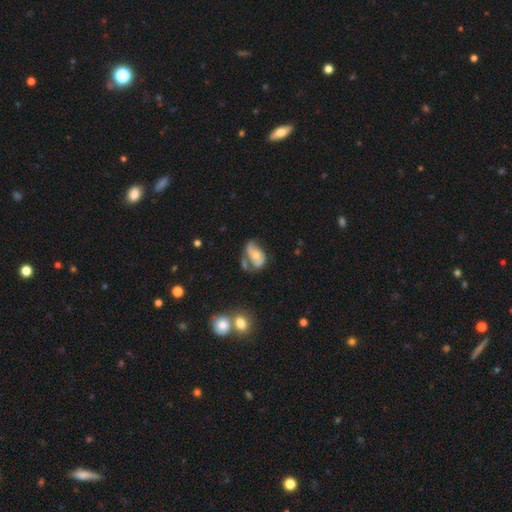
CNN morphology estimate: smooth_or_featured: featured or disk (p=0.57) [alt: smooth p=0.35]
disk_edge_on: no (p=0.95) [alt: yes p=0.05]
bar: no (p=0.75) [alt: weak p=0.19]
has_spiral_arms: yes (p=0.66) [alt: no p=0.34]
bulge_size: moderate (p=0.53) [alt: small p=0.41]
merging: none (p=0.32) [alt: minor disturbance p=0.30]